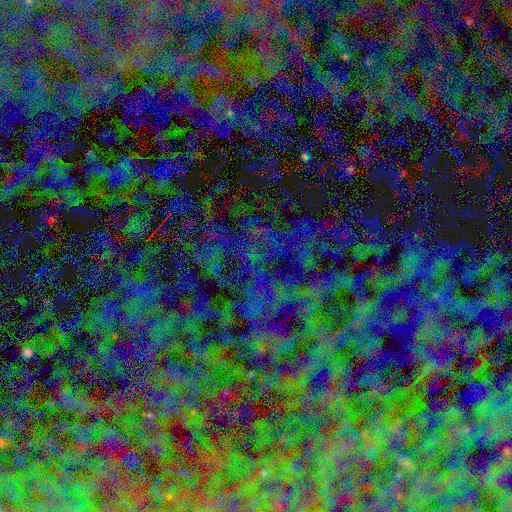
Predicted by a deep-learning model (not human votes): Smooth or featured?
  - star or artifact: 81% *
  - smooth: 10%
  - featured or disk: 8%